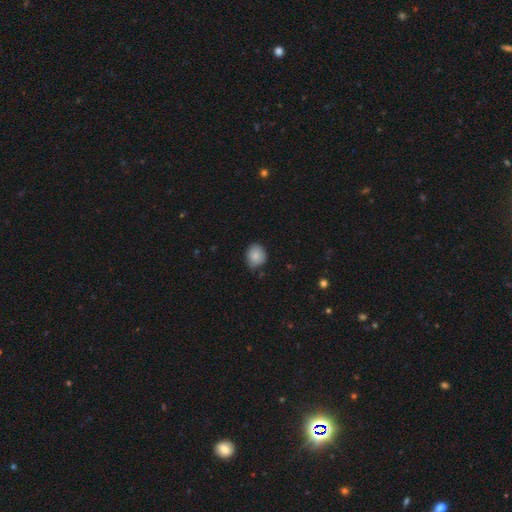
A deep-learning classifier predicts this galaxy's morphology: This is clearly a smooth galaxy (82%). How rounded: likely round (68%). Merging: likely none (68%).